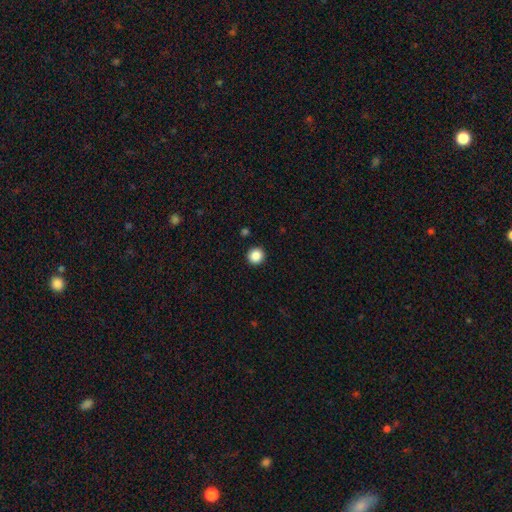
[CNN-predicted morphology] smooth 87%, star or artifact 10%, featured or disk 3%. Down the decision tree: how rounded — round (95%); merging — none (93%).